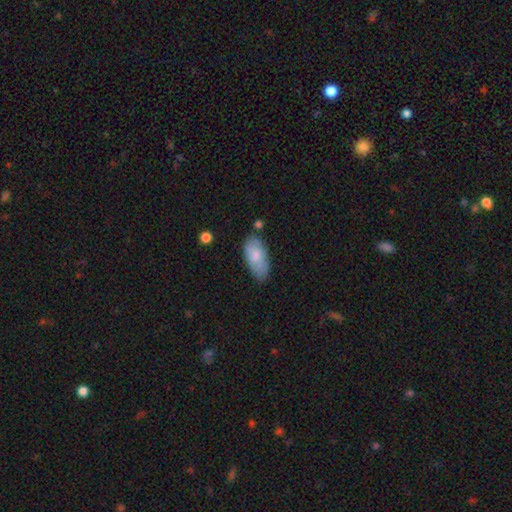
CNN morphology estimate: The model was most divided on "merging": none: 65%, minor disturbance: 26%, major disturbance: 5%, merger: 4%. More confident: how rounded — in between (91%); smooth or featured — smooth (75%).